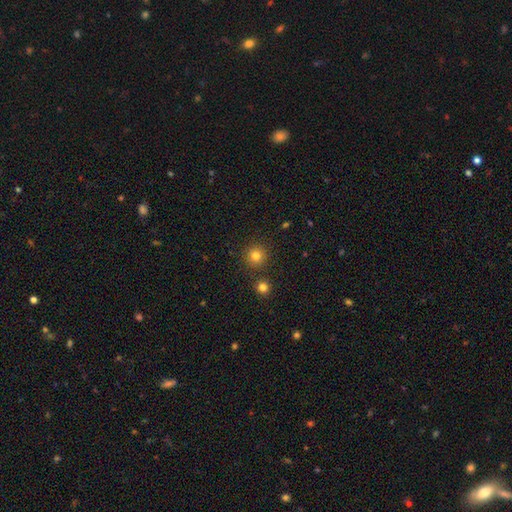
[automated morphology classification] Smooth or featured: smooth — 81% (star or artifact — 14%)
How rounded: round — 94% (in between — 5%)
Merging: none — 88% (minor disturbance — 6%)